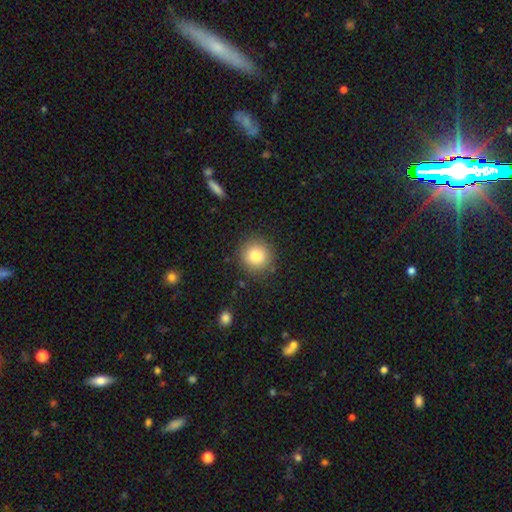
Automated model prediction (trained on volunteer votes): A smooth galaxy with no disk features (81%) that is round (92%).

Vote fractions:
- Smooth or featured? smooth: 81% / star or artifact: 10% / featured or disk: 8%
- How rounded? round: 92% / in between: 7% / cigar-shaped: 1%
- Merging? none: 87% / minor disturbance: 9% / major disturbance: 3% / merger: 2%